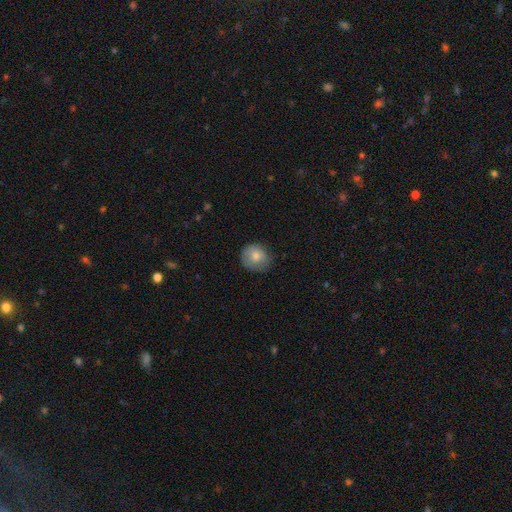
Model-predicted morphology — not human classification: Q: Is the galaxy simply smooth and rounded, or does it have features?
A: smooth — 77%.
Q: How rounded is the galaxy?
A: round — 83%.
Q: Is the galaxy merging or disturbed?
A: none — 71%.